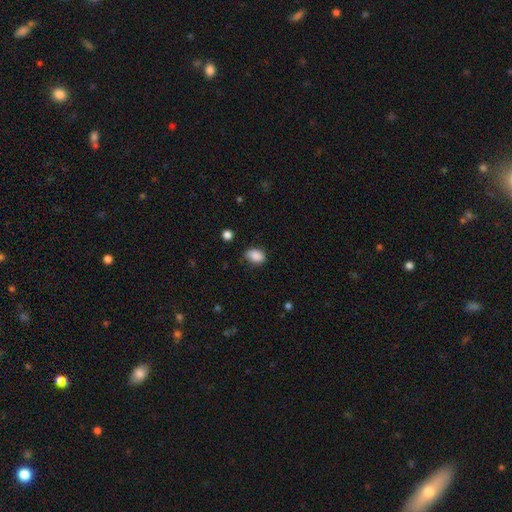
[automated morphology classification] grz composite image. It shows a smooth galaxy with no disk features (88%) that is in between round and cigar-shaped (80%). Merging: none (76%).